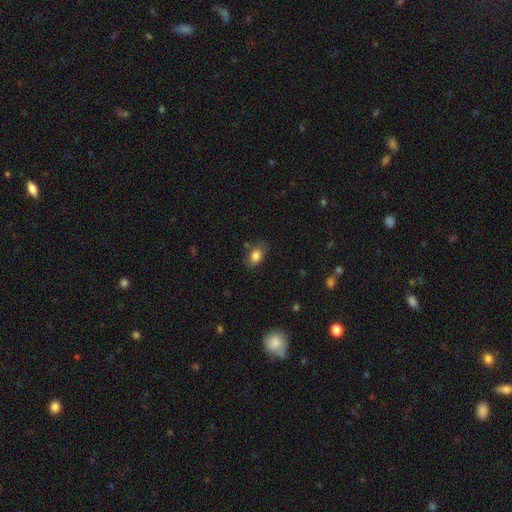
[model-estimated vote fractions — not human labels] This is clearly a smooth galaxy (84%). How rounded: clearly in between (83%). Merging: likely none (72%).